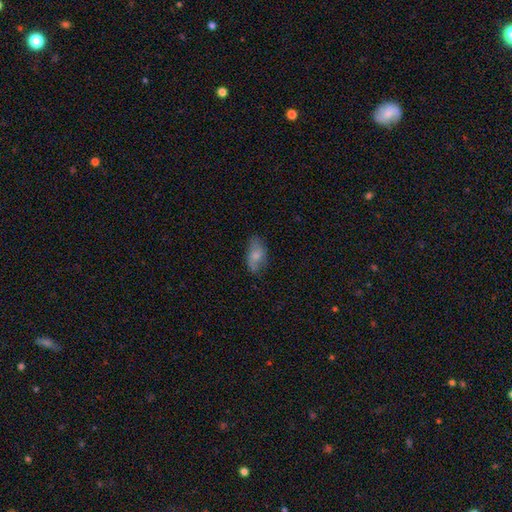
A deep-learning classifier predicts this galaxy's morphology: Q: Smooth or featured?
A: smooth (69%); runner-up: featured or disk (23%)
Q: How rounded?
A: in between (91%); runner-up: round (5%)
Q: Merging?
A: none (67%); runner-up: minor disturbance (25%)